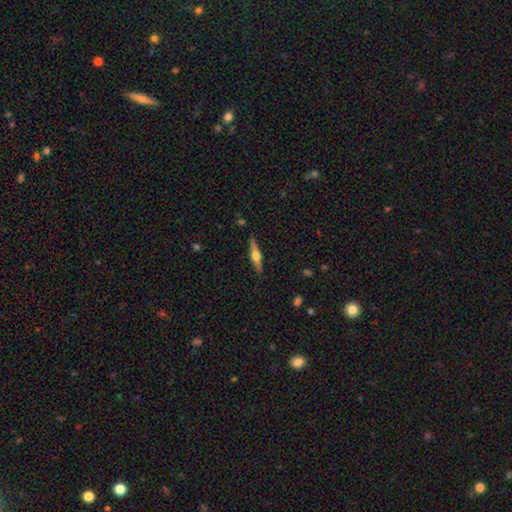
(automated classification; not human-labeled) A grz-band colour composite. It shows a featured or disk galaxy (69%) viewed edge-on (97%) with a rounded central bulge (94%). Merging: none (89%).